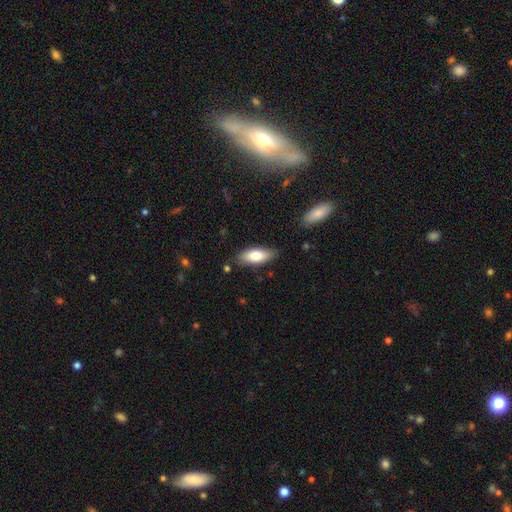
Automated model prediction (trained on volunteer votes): smooth-or-featured: smooth: 76% | featured or disk: 18% | star or artifact: 6%
  how-rounded: in between: 78% | cigar-shaped: 20% | round: 2%
  merging: none: 84% | minor disturbance: 12% | major disturbance: 2% | merger: 2%